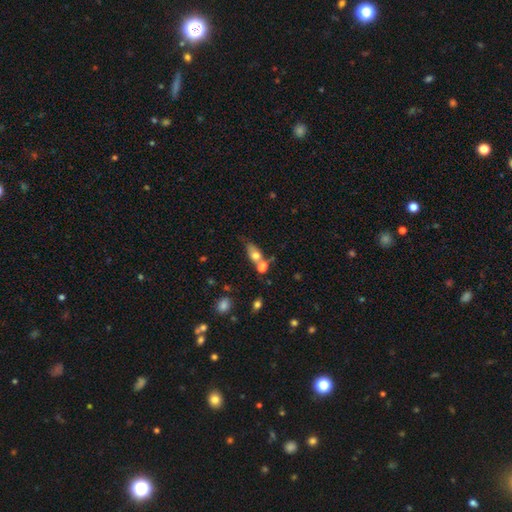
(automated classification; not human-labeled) The model was most divided on "merging": merger: 54%, none: 26%, minor disturbance: 12%, major disturbance: 8%. More confident: how rounded — in between (69%); smooth or featured — smooth (67%).